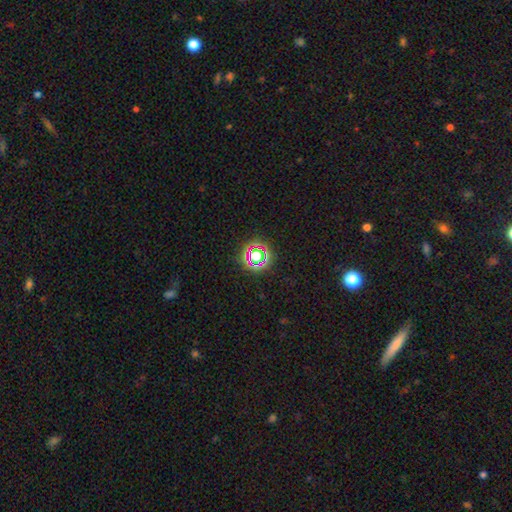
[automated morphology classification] smooth_or_featured: star or artifact (p=0.57) [alt: smooth p=0.31]